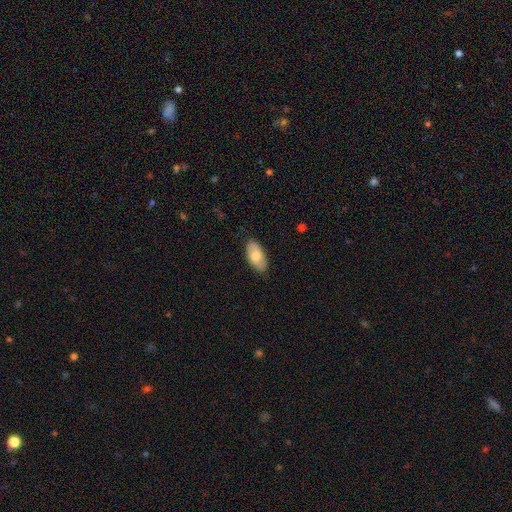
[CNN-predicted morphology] Smooth or featured?
  - smooth: 70% *
  - featured or disk: 24%
  - star or artifact: 6%
How rounded?
  - in between: 94% *
  - cigar-shaped: 3%
  - round: 3%
Merging?
  - none: 85% *
  - minor disturbance: 12%
  - major disturbance: 2%
  - merger: 1%